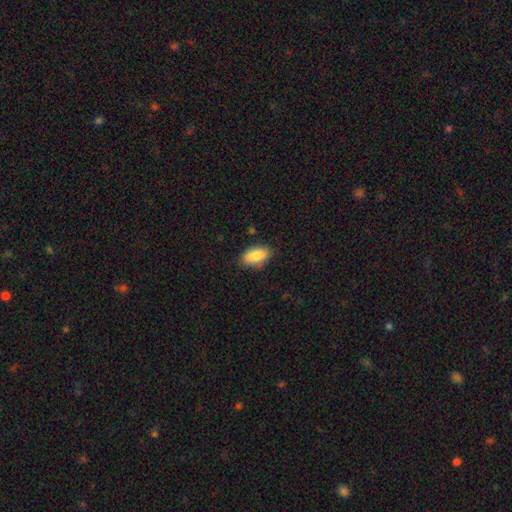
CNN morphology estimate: type=smooth (84%); roundness=in between (91%); merging=none (83%).